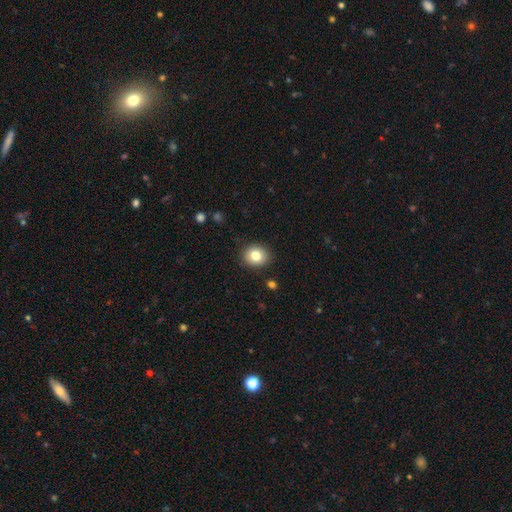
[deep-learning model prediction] Smooth or featured?
  - smooth: 81% *
  - featured or disk: 10%
  - star or artifact: 9%
How rounded?
  - round: 70% *
  - in between: 29%
  - cigar-shaped: 1%
Merging?
  - none: 89% *
  - minor disturbance: 8%
  - major disturbance: 2%
  - merger: 1%